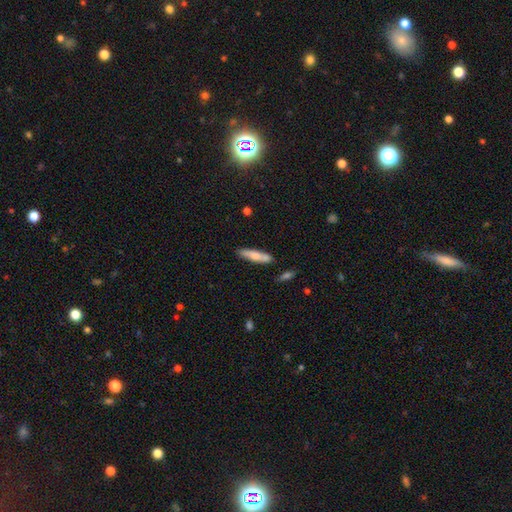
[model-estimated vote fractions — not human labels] This appears to be a smooth galaxy with no disk features (70%) that is cigar-shaped (78%). Merging: none (75%).